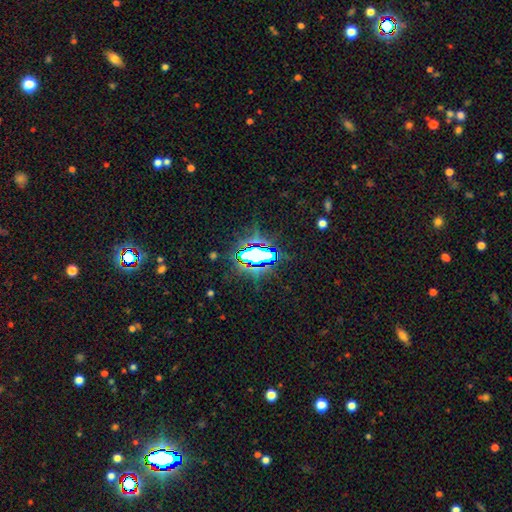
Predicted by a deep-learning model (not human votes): smooth_or_featured: star or artifact (p=0.67) [alt: smooth p=0.19]